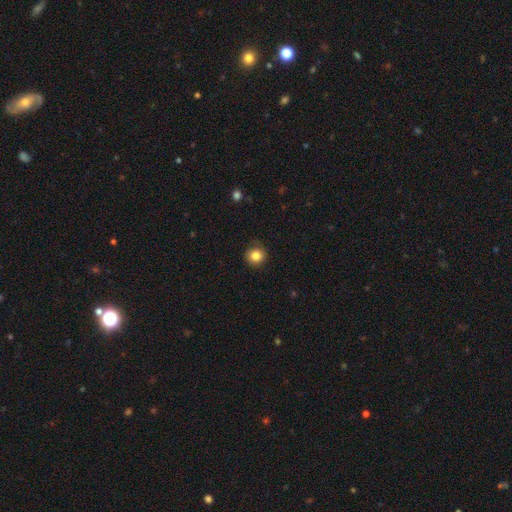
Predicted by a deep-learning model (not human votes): Smooth or featured? Predicted: smooth (p=0.84). How rounded? Predicted: round (p=0.91). Merging? Predicted: none (p=0.89).